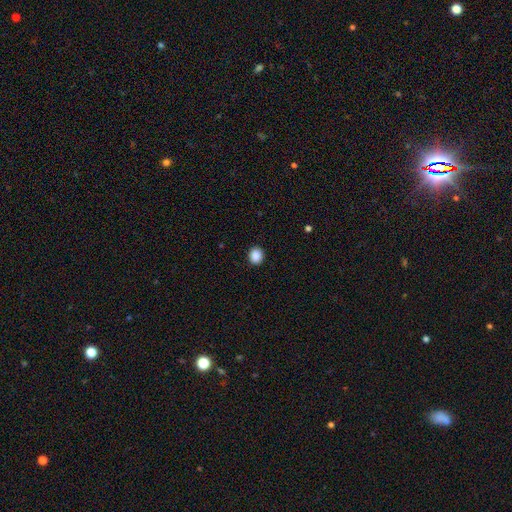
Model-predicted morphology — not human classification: Smooth or featured? Predicted: smooth (p=0.89). How rounded? Predicted: round (p=0.71). Merging? Predicted: none (p=0.91).